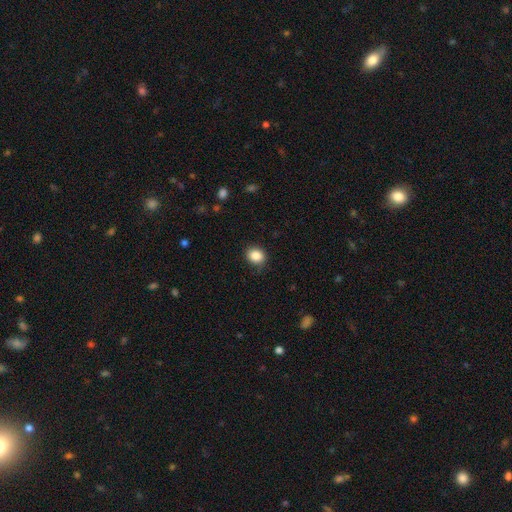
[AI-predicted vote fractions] A smooth galaxy with no disk features (87%) that is round (62%).

Vote fractions:
- Smooth or featured? smooth: 87% / star or artifact: 9% / featured or disk: 4%
- How rounded? round: 62% / in between: 37% / cigar-shaped: 1%
- Merging? none: 85% / minor disturbance: 11% / major disturbance: 3% / merger: 1%